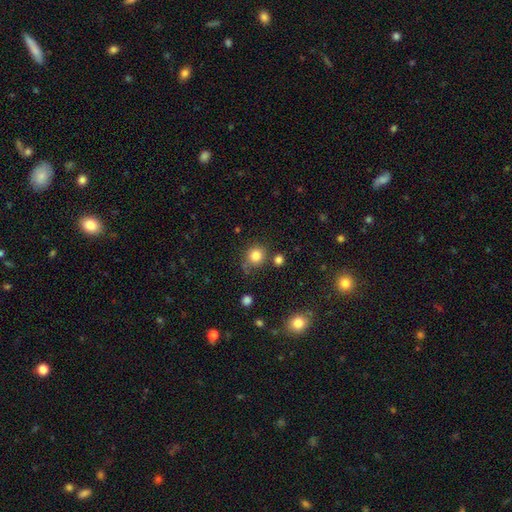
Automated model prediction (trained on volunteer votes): Overall: smooth (83%). How rounded: round (88%). Merging: none (75%).